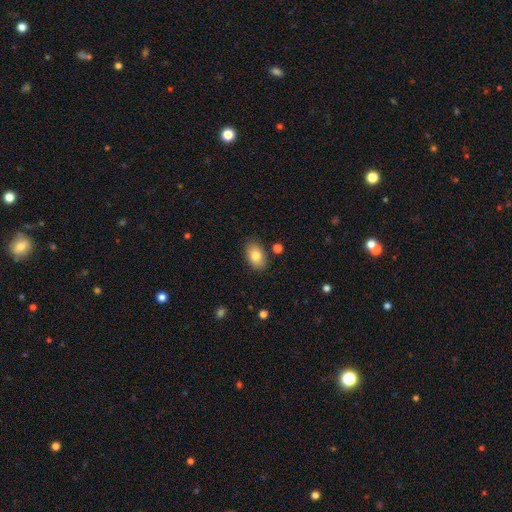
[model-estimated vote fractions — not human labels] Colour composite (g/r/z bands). It shows a smooth galaxy with no disk features (81%) that is in between round and cigar-shaped (89%). Merging: none (84%).